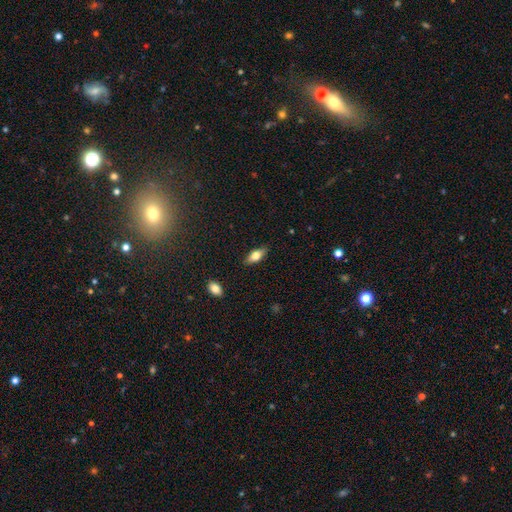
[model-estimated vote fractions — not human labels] This appears to be a smooth galaxy with no disk features (65%) that is in between round and cigar-shaped (78%). Merging: none (85%).